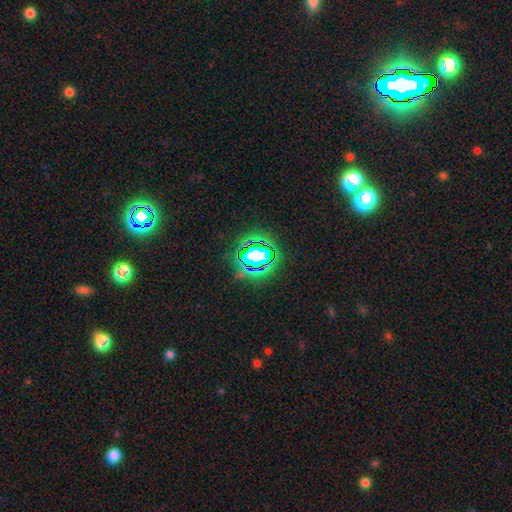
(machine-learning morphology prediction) type=star or artifact (68%).